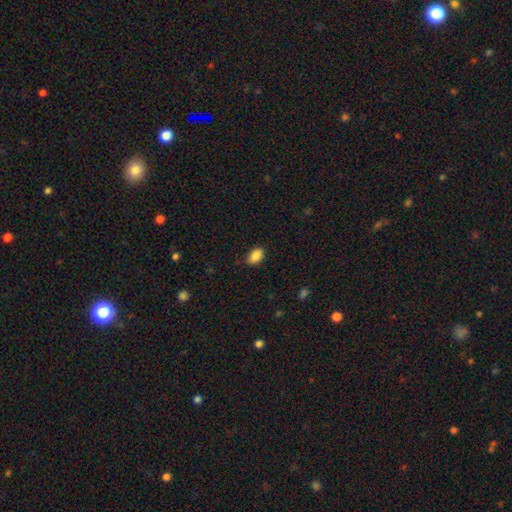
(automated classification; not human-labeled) Smooth or featured? Predicted: smooth (p=0.89). How rounded? Predicted: in between (p=0.88). Merging? Predicted: none (p=0.83).